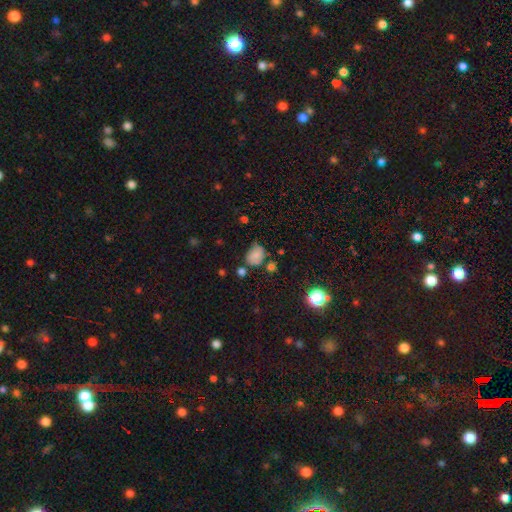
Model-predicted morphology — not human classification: A smooth galaxy with no disk features (72%) that is in between round and cigar-shaped (53%). Merging: none (55%).